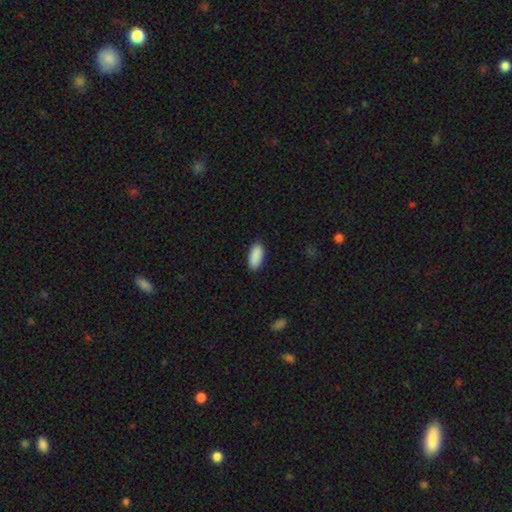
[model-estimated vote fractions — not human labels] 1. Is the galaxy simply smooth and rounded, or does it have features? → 91% smooth, 6% star or artifact, 3% featured or disk.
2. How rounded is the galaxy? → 88% in between, 10% cigar-shaped, 2% round.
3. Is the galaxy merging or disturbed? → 88% none, 9% minor disturbance, 2% major disturbance, 1% merger.